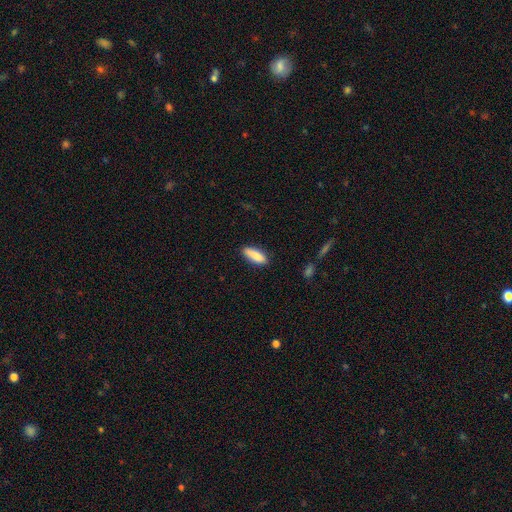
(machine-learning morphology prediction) Overall: smooth (86%). How rounded: in between (58%; cigar-shaped 40%). Merging: none (83%).